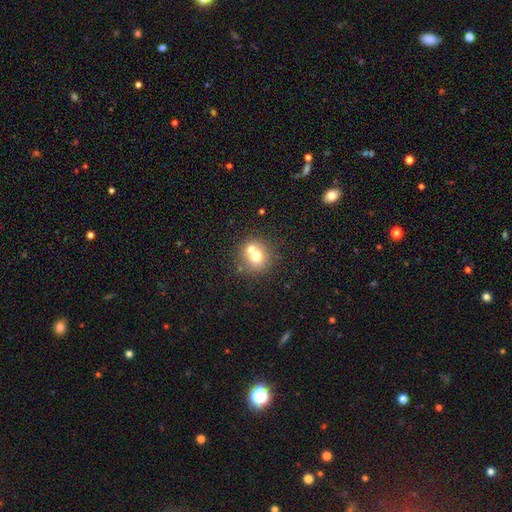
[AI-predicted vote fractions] Q: Smooth or featured?
A: smooth (67%); runner-up: featured or disk (21%)
Q: How rounded?
A: round (86%); runner-up: in between (13%)
Q: Merging?
A: none (47%); runner-up: merger (43%)